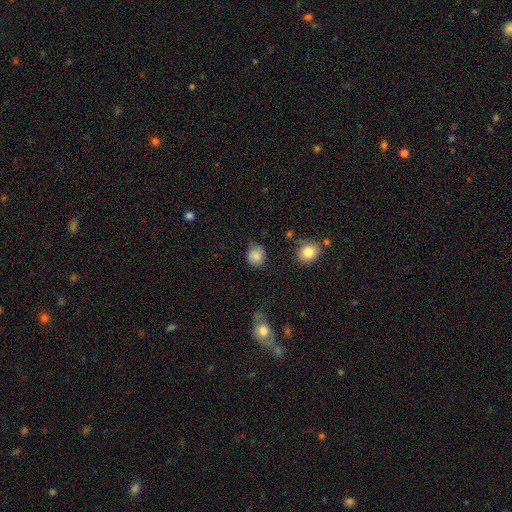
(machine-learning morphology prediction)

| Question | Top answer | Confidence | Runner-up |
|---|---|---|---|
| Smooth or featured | smooth | 81% | featured or disk (10%) |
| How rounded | round | 75% | in between (24%) |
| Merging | none | 70% | minor disturbance (22%) |